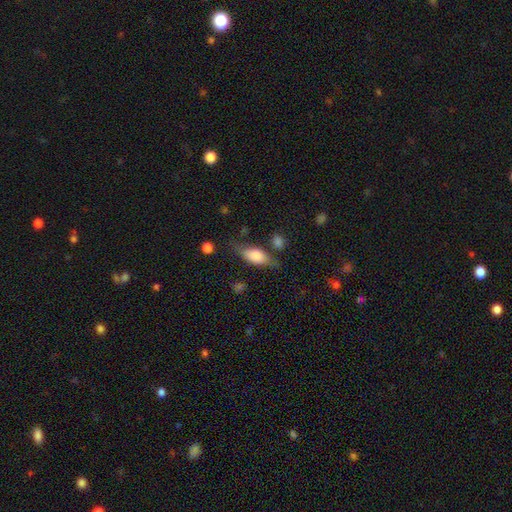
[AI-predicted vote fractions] A smooth galaxy with no disk features (70%) that is in between round and cigar-shaped (80%).

Vote fractions:
- Smooth or featured? smooth: 70% / featured or disk: 23% / star or artifact: 7%
- How rounded? in between: 80% / cigar-shaped: 16% / round: 4%
- Merging? none: 61% / minor disturbance: 25% / major disturbance: 9% / merger: 5%